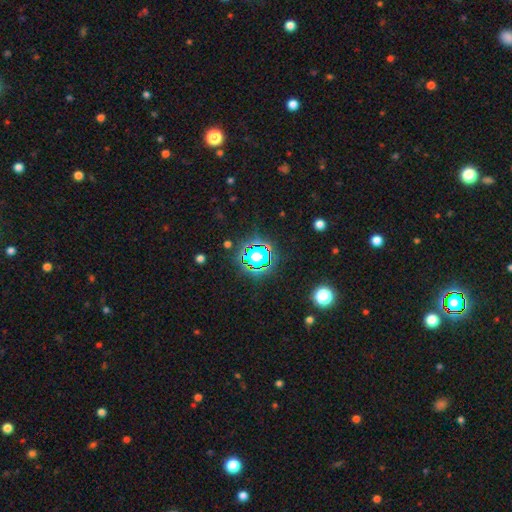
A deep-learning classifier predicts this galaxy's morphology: type=star or artifact (64%).